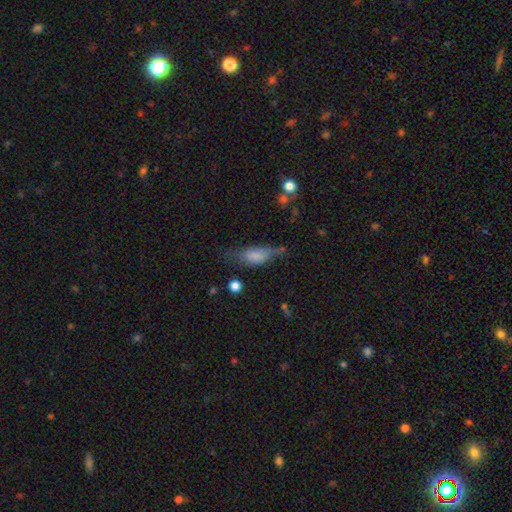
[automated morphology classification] This appears to be a smooth galaxy with no disk features (68%) that is in between round and cigar-shaped (73%). Merging: none (39%).